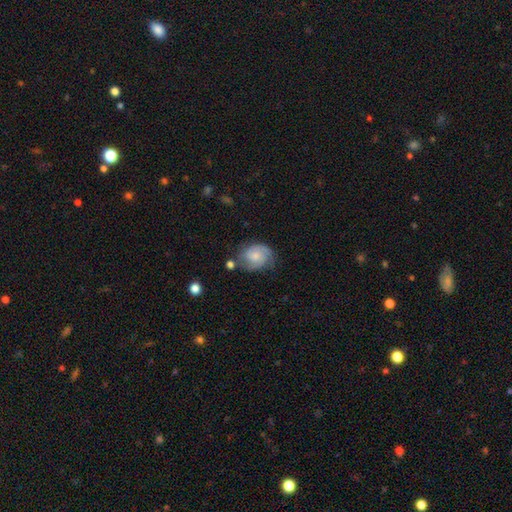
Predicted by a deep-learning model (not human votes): Smooth or featured? featured or disk (62%)
Edge-on disk? no (97%)
Bar? no (69%)
Spiral arms? yes (91%)
Spiral winding? tight (47%)
Spiral arm count? 2 (57%)
Bulge size? moderate (42%)
Merging? none (59%)